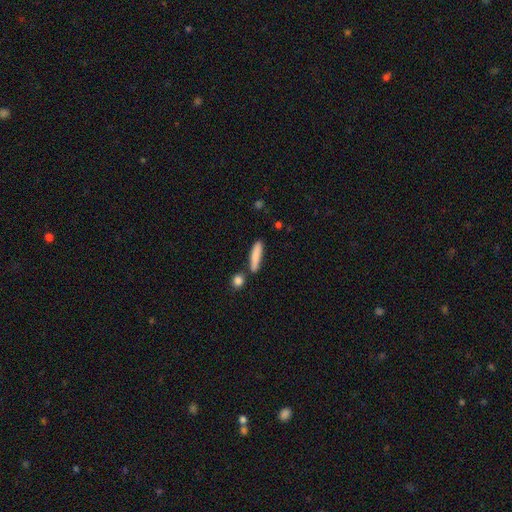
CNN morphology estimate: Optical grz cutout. It shows a smooth galaxy with no disk features (83%) that is cigar-shaped (83%). Merging: none (72%).